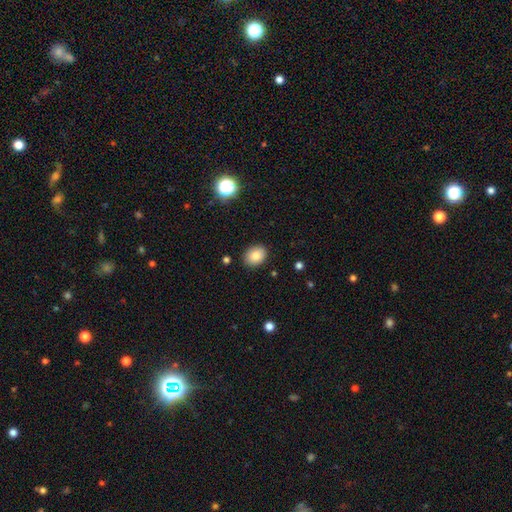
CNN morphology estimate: Smooth or featured? smooth (84%)
How rounded? in between (58%)
Merging? none (88%)